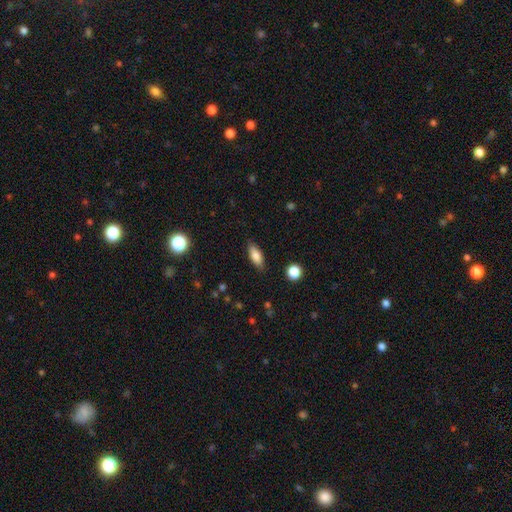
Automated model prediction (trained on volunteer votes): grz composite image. It shows a smooth galaxy with no disk features (78%) that is in between round and cigar-shaped (71%). Merging: none (85%).